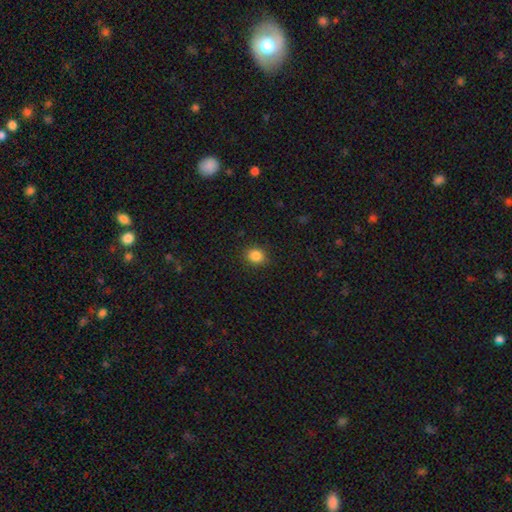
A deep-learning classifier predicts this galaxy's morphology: The model was most divided on "how rounded": round: 74%, in between: 25%, cigar-shaped: 1%. More confident: merging — none (89%); smooth or featured — smooth (86%).